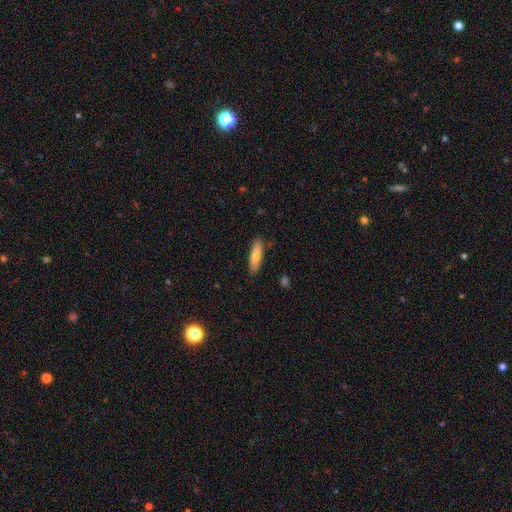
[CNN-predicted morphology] type=smooth (75%); roundness=cigar-shaped (60%); merging=none (87%).